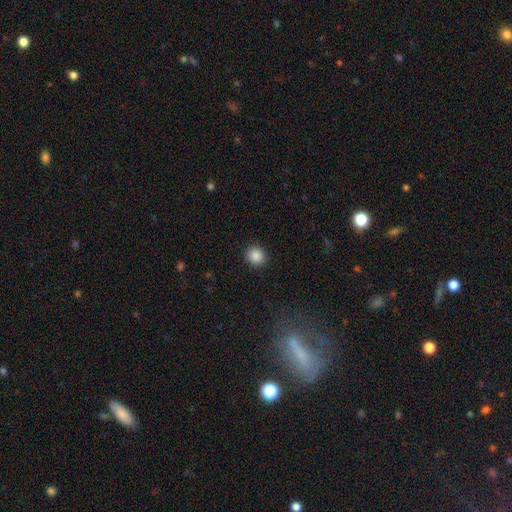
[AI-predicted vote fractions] smooth_or_featured: smooth (p=0.88) [alt: star or artifact p=0.09]
how_rounded: round (p=0.85) [alt: in between p=0.14]
merging: none (p=0.91) [alt: minor disturbance p=0.06]